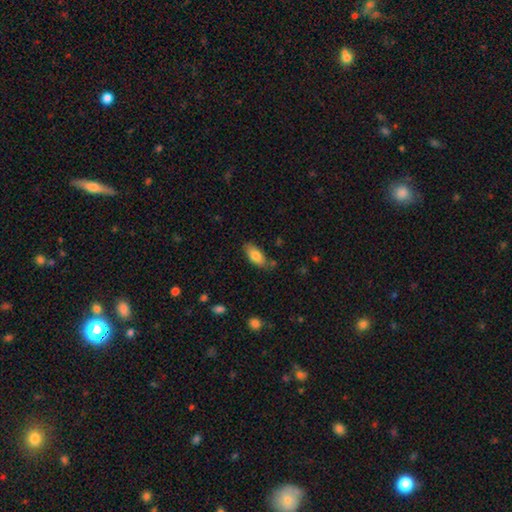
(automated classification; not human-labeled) Smooth or featured: smooth — 79% (featured or disk — 14%)
How rounded: in between — 87% (cigar-shaped — 11%)
Merging: none — 75% (minor disturbance — 18%)